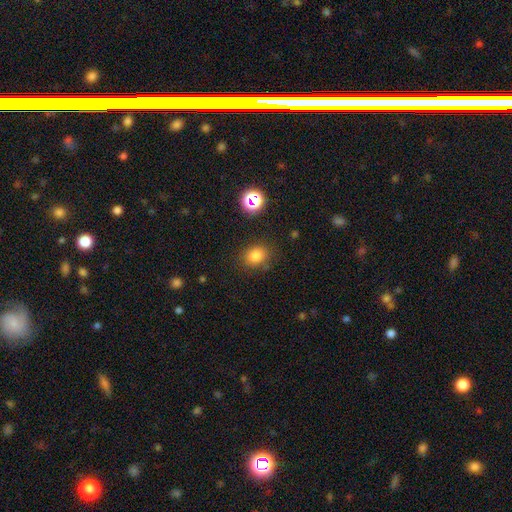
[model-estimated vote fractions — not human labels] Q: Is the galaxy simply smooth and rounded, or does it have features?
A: smooth — 79%.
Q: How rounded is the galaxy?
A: round — 53%.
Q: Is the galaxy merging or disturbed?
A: none — 82%.